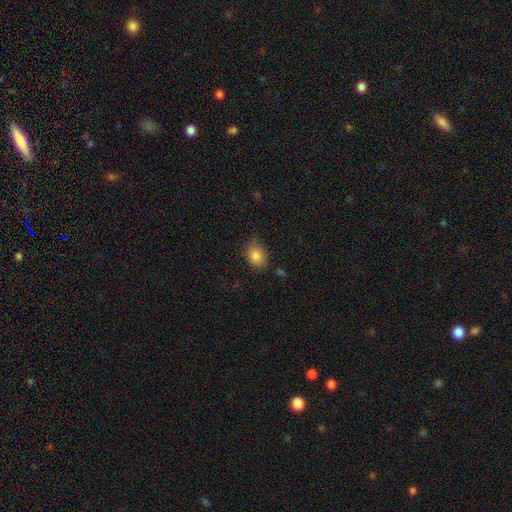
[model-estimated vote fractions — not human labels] A smooth galaxy with no disk features (86%) that is in between round and cigar-shaped (61%). Merging: none (74%).